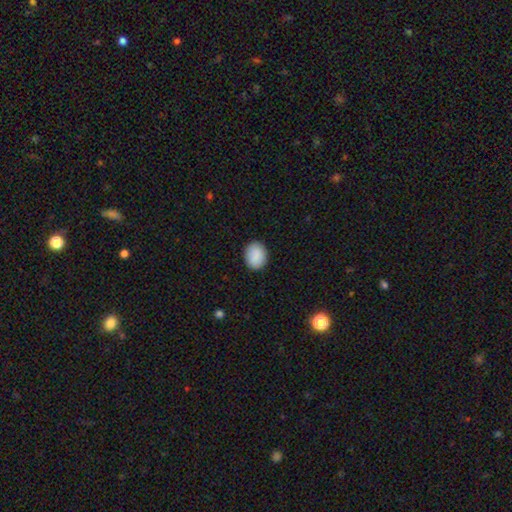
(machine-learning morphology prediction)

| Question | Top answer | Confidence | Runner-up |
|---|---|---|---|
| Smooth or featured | smooth | 90% | star or artifact (7%) |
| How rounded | in between | 53% | round (46%) |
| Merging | none | 89% | minor disturbance (8%) |